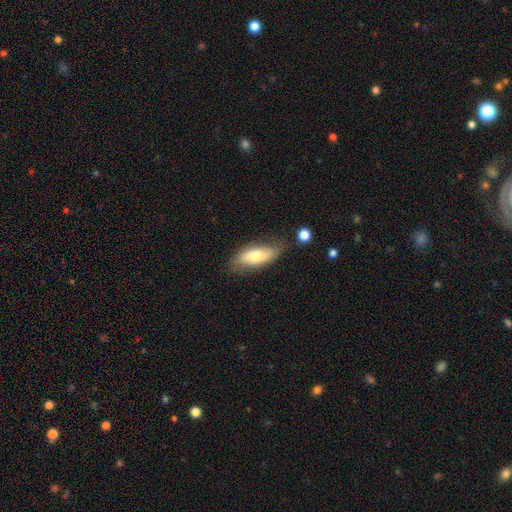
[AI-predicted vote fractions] This is likely a smooth galaxy (65%). How rounded: likely in between (79%). Merging: likely none (72%).